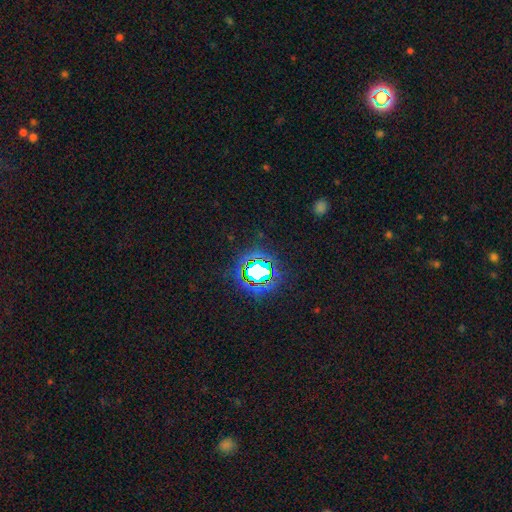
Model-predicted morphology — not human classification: smooth-or-featured: star or artifact: 78% | smooth: 14% | featured or disk: 7%